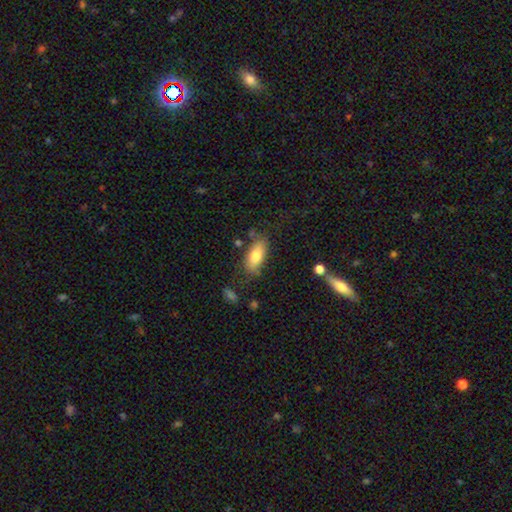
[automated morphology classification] A smooth galaxy with no disk features (77%) that is in between round and cigar-shaped (80%). Merging: none (74%).